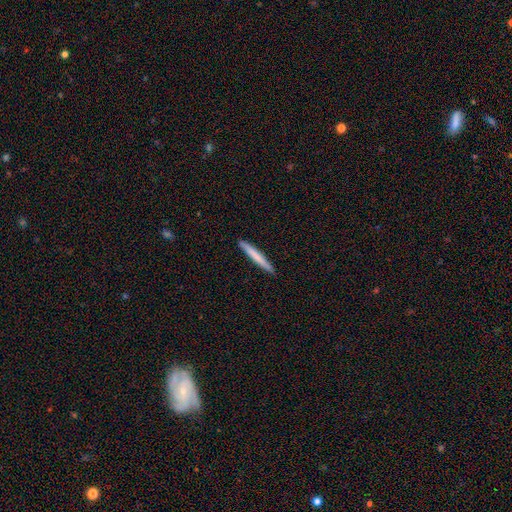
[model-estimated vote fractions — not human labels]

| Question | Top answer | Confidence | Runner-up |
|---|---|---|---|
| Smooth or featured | smooth | 72% | featured or disk (23%) |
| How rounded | cigar-shaped | 97% | in between (2%) |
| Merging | none | 91% | minor disturbance (6%) |